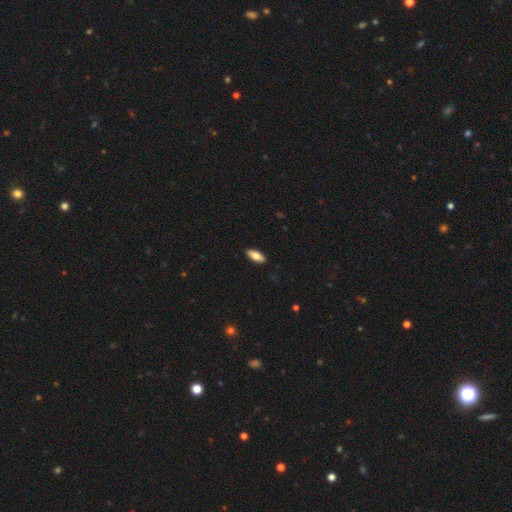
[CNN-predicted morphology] This appears to be a smooth galaxy with no disk features (78%) that is in between round and cigar-shaped (84%). Merging: none (90%).